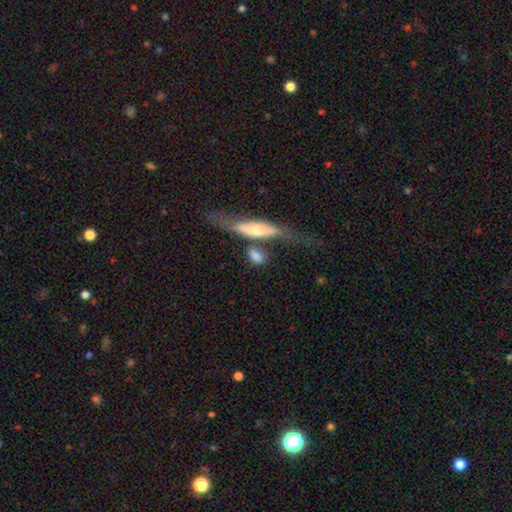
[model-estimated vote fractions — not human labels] This is likely a smooth galaxy (64%). How rounded: possibly in between (59%). Merging: marginally none (44%).